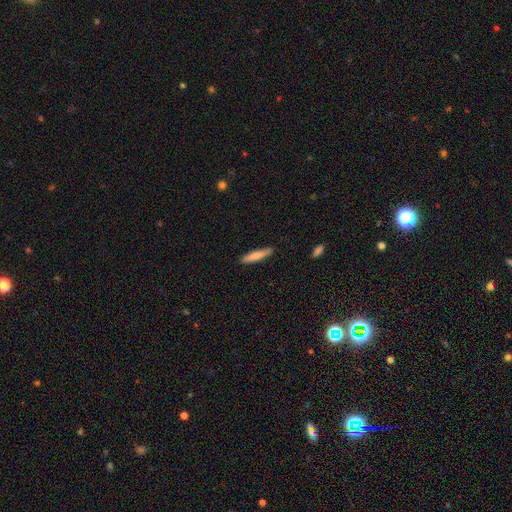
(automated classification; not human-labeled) A smooth galaxy with no disk features (78%) that is cigar-shaped (88%).

Vote fractions:
- Smooth or featured? smooth: 78% / featured or disk: 16% / star or artifact: 6%
- How rounded? cigar-shaped: 88% / in between: 11% / round: 1%
- Merging? none: 88% / minor disturbance: 9% / major disturbance: 2% / merger: 1%